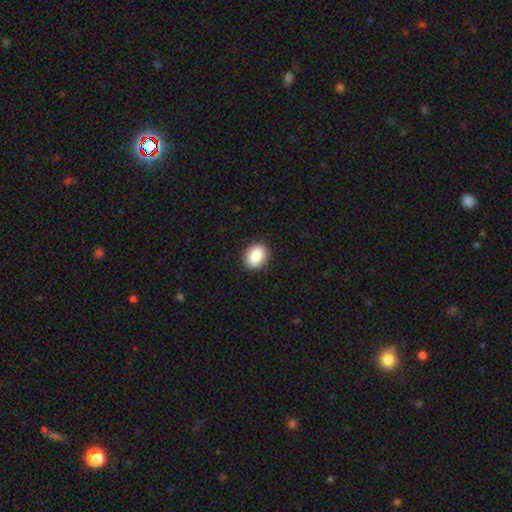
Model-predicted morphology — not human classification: Smooth or featured?
  - smooth: 88% *
  - star or artifact: 7%
  - featured or disk: 5%
How rounded?
  - in between: 65% *
  - round: 34%
  - cigar-shaped: 1%
Merging?
  - none: 90% *
  - minor disturbance: 8%
  - major disturbance: 2%
  - merger: 1%